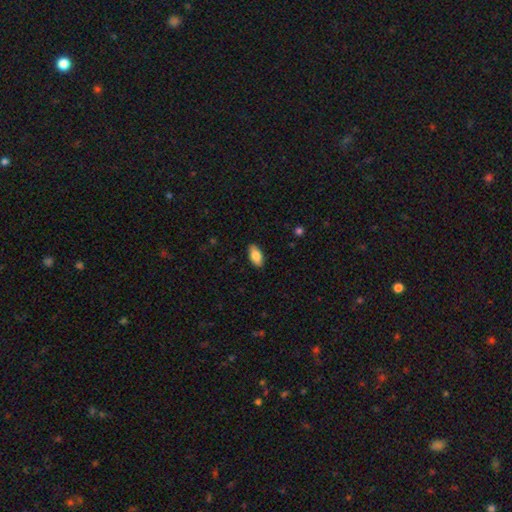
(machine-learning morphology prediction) Smooth or featured?
  - smooth: 85% *
  - featured or disk: 9%
  - star or artifact: 6%
How rounded?
  - in between: 91% *
  - cigar-shaped: 6%
  - round: 2%
Merging?
  - none: 88% *
  - minor disturbance: 9%
  - major disturbance: 2%
  - merger: 1%